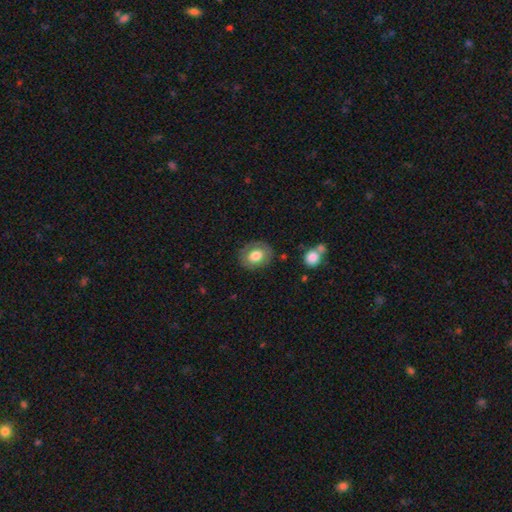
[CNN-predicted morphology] Smooth or featured? Predicted: smooth (p=0.72). How rounded? Predicted: in between (p=0.51). Merging? Predicted: none (p=0.80).